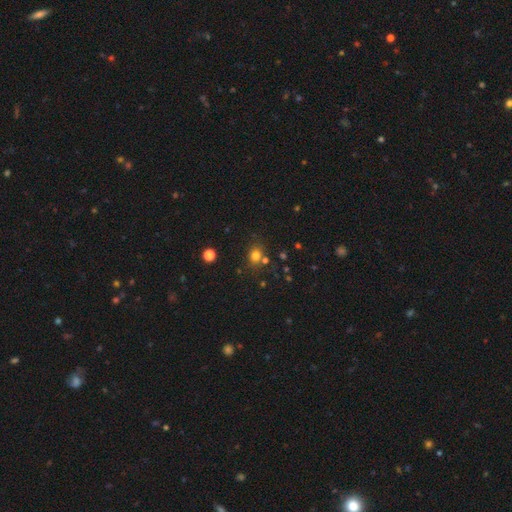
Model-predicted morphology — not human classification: Smooth or featured: smooth — 76% (star or artifact — 17%)
How rounded: round — 67% (in between — 32%)
Merging: none — 71% (merger — 13%)